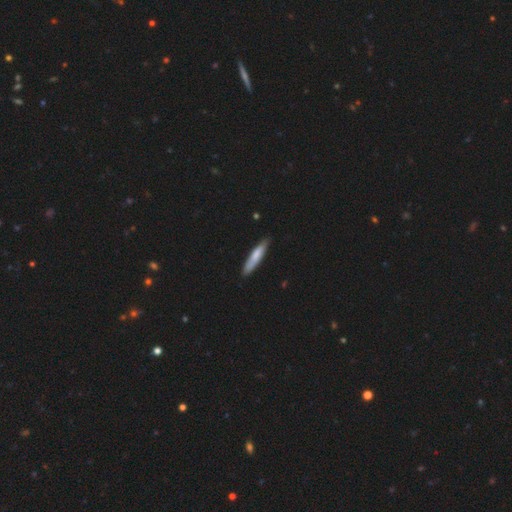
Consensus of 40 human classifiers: A smooth galaxy with no disk features (65%) that is cigar-shaped (96%). Merging: none (82%).